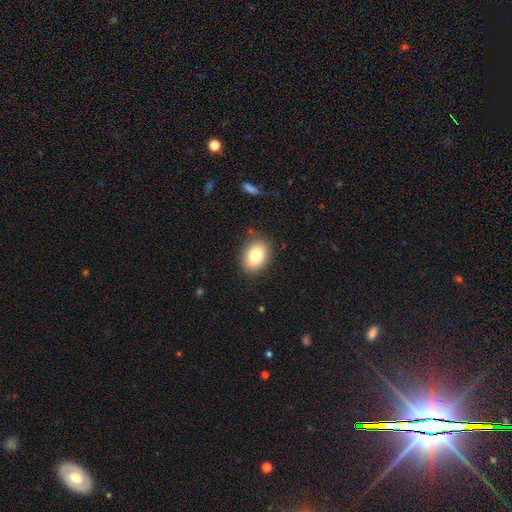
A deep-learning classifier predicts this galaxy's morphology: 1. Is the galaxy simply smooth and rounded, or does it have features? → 81% smooth, 11% featured or disk, 9% star or artifact.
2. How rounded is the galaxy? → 65% in between, 34% round, 1% cigar-shaped.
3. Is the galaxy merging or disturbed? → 83% none, 12% minor disturbance, 3% major disturbance, 2% merger.